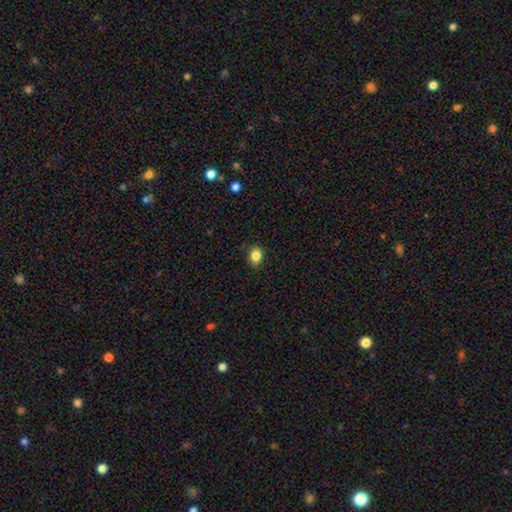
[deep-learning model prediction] This appears to be a smooth galaxy with no disk features (85%) that is in between round and cigar-shaped (58%). Merging: none (87%).